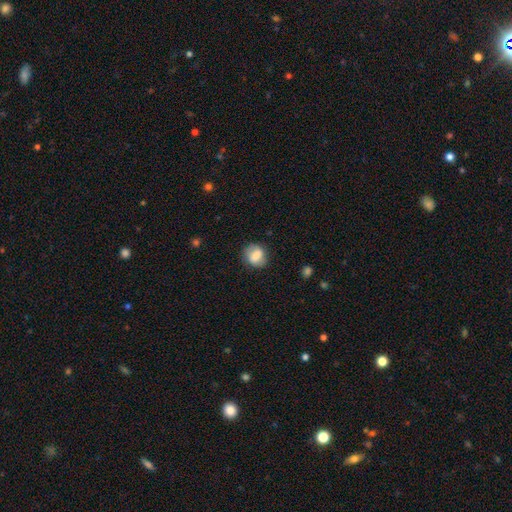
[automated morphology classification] Overall: smooth (75%). How rounded: round (65%; in between 34%). Merging: none (72%).